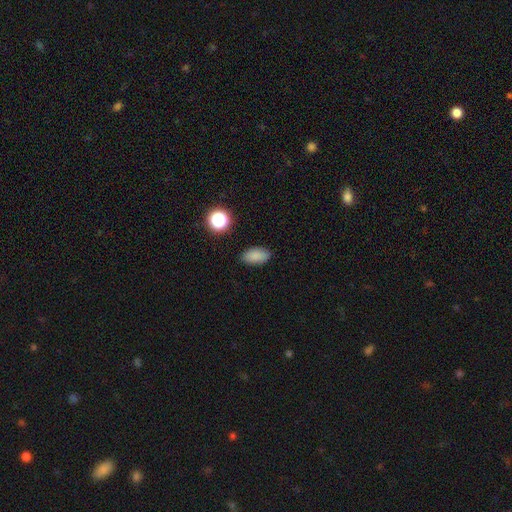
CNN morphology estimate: smooth_or_featured: smooth (p=0.85) [alt: star or artifact p=0.11]
how_rounded: in between (p=0.91) [alt: round p=0.06]
merging: none (p=0.86) [alt: minor disturbance p=0.10]